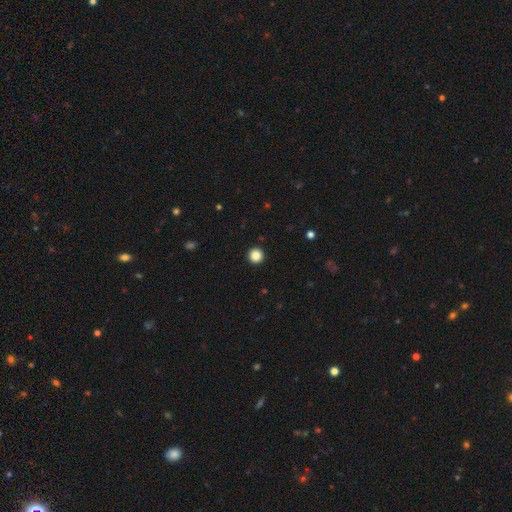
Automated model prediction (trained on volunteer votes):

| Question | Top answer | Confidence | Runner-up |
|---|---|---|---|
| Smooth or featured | smooth | 86% | star or artifact (11%) |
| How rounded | round | 96% | in between (3%) |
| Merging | none | 94% | minor disturbance (4%) |